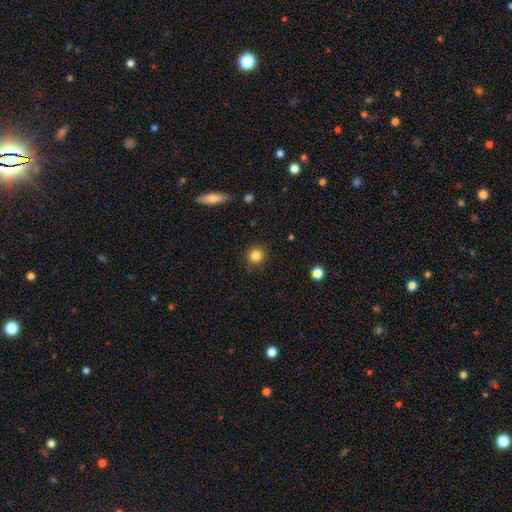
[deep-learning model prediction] Smooth or featured?
  - smooth: 84% *
  - star or artifact: 11%
  - featured or disk: 5%
How rounded?
  - round: 89% *
  - in between: 9%
  - cigar-shaped: 1%
Merging?
  - none: 88% *
  - minor disturbance: 8%
  - major disturbance: 2%
  - merger: 1%